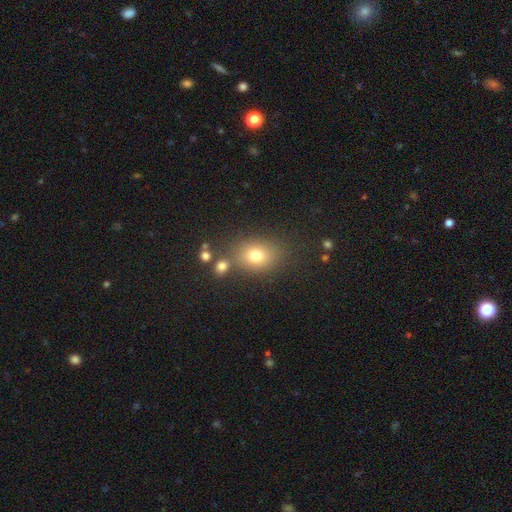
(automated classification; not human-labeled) Q: Smooth or featured?
A: smooth (75%); runner-up: star or artifact (14%)
Q: How rounded?
A: in between (50%); runner-up: round (49%)
Q: Merging?
A: none (71%); runner-up: minor disturbance (13%)